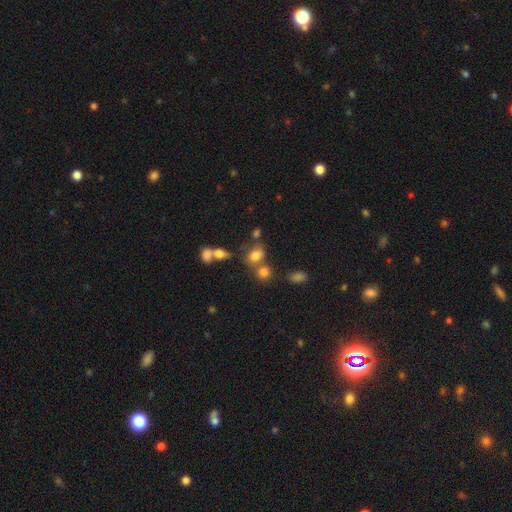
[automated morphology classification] Smooth or featured? smooth (76%)
How rounded? in between (67%)
Merging? none (51%)